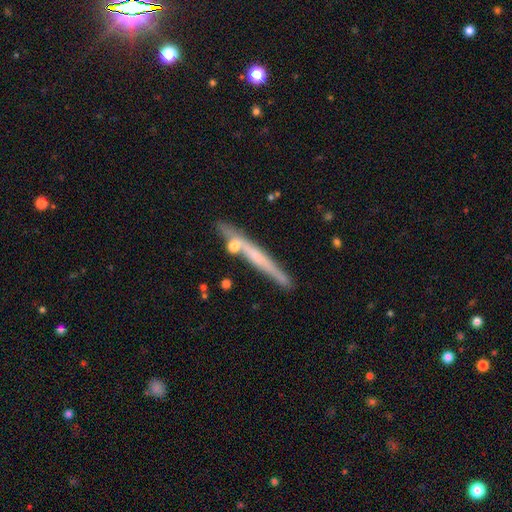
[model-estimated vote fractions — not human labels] Smooth or featured?
  - featured or disk: 50% *
  - smooth: 43%
  - star or artifact: 7%
Edge-on disk?
  - yes: 94% *
  - no: 6%
Merging?
  - none: 80% *
  - minor disturbance: 12%
  - merger: 6%
  - major disturbance: 3%